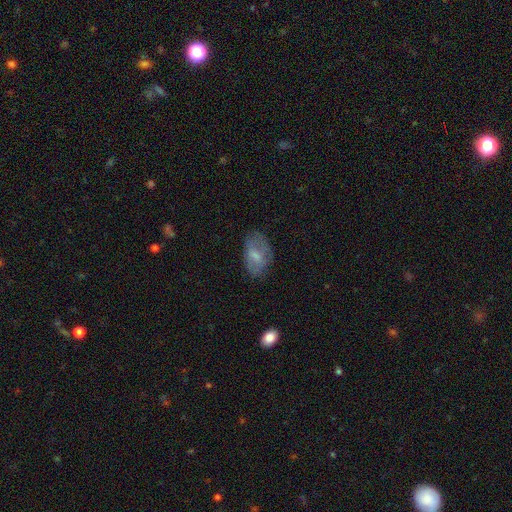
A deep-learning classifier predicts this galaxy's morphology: Smooth or featured: smooth — 58% (featured or disk — 34%)
How rounded: in between — 90% (round — 7%)
Merging: none — 64% (minor disturbance — 24%)